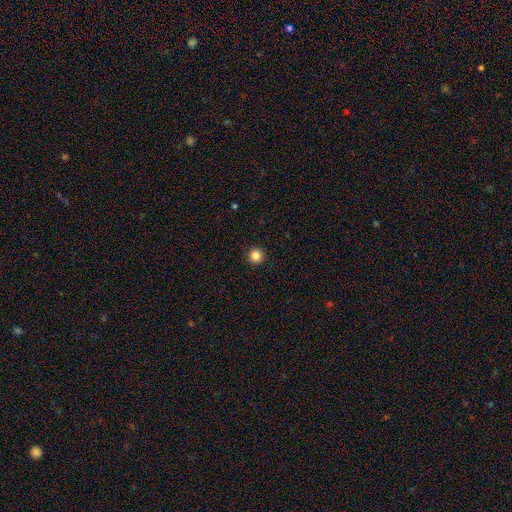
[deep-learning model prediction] The model was most divided on "smooth or featured": smooth: 85%, star or artifact: 11%, featured or disk: 4%. More confident: how rounded — round (96%); merging — none (94%).